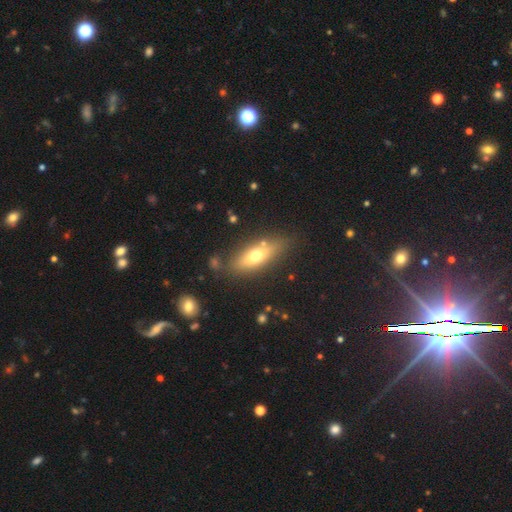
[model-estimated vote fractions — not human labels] Smooth or featured? smooth (57%)
How rounded? in between (57%)
Merging? none (77%)